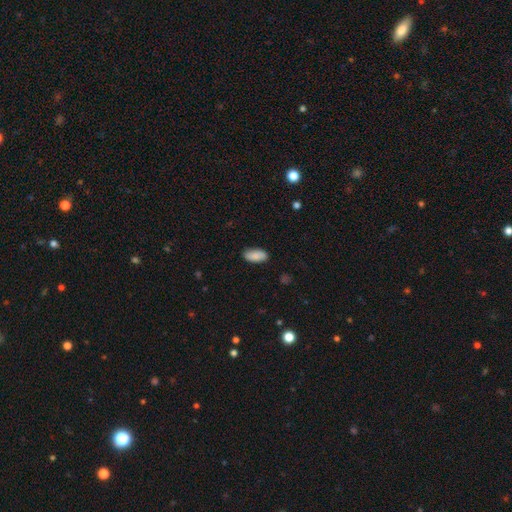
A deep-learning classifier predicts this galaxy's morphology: Smooth or featured? smooth (87%)
How rounded? in between (91%)
Merging? none (84%)